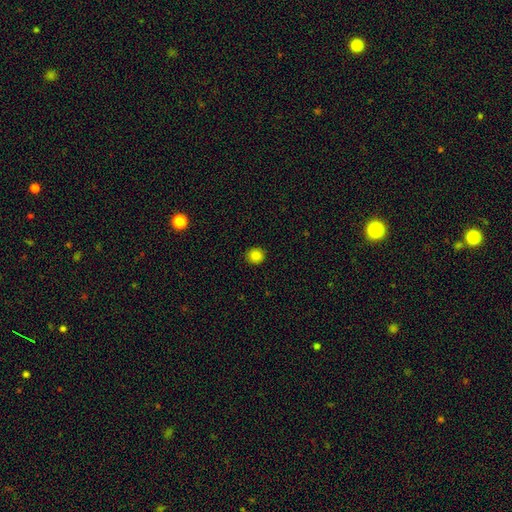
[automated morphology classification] Smooth or featured? Predicted: smooth (p=0.85). How rounded? Predicted: round (p=0.90). Merging? Predicted: none (p=0.92).